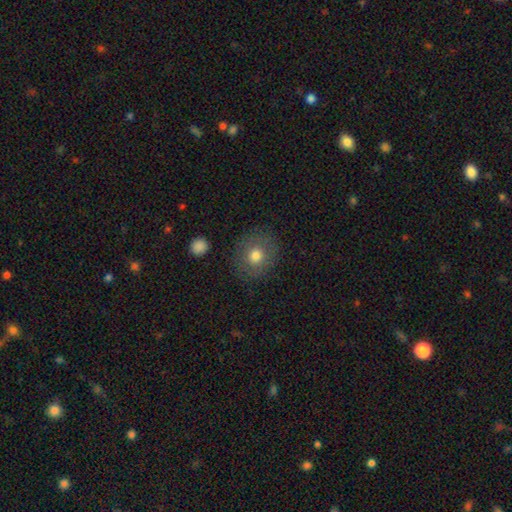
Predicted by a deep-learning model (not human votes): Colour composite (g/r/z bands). It shows a smooth galaxy with no disk features (75%) that is round (76%). Merging: none (84%).